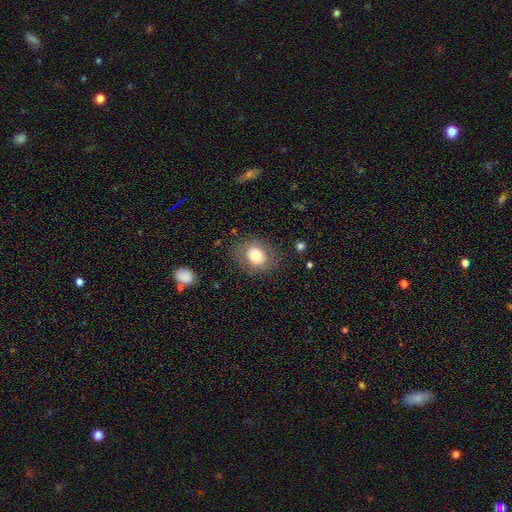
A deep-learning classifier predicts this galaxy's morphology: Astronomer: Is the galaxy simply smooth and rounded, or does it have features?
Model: smooth — 75%.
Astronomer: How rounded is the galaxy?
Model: round — 58% (runner-up: in between, 41%).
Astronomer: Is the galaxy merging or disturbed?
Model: none — 80%.